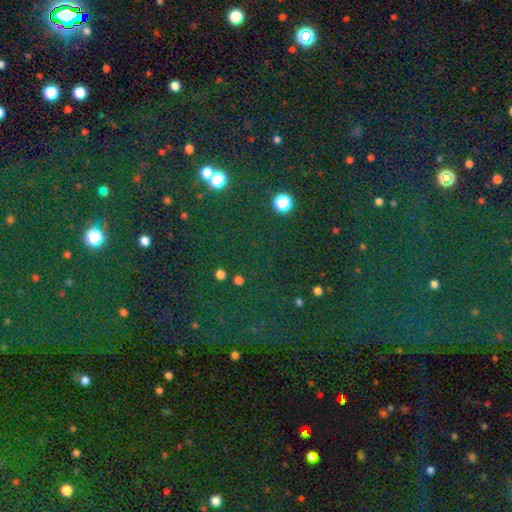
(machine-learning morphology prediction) Smooth or featured?
  - star or artifact: 76% *
  - smooth: 16%
  - featured or disk: 8%